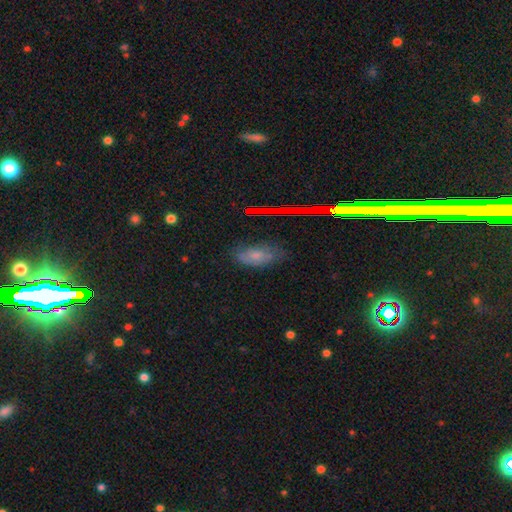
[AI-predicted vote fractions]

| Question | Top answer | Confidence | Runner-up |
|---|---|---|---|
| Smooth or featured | smooth | 60% | featured or disk (21%) |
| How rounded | in between | 87% | cigar-shaped (8%) |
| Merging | none | 70% | minor disturbance (22%) |